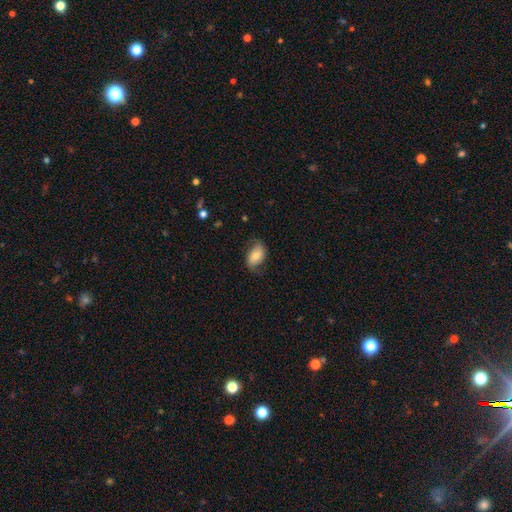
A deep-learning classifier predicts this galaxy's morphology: Smooth or featured?
  - smooth: 61% *
  - featured or disk: 31%
  - star or artifact: 7%
How rounded?
  - in between: 88% *
  - round: 11%
  - cigar-shaped: 2%
Merging?
  - none: 68% *
  - minor disturbance: 22%
  - major disturbance: 8%
  - merger: 1%